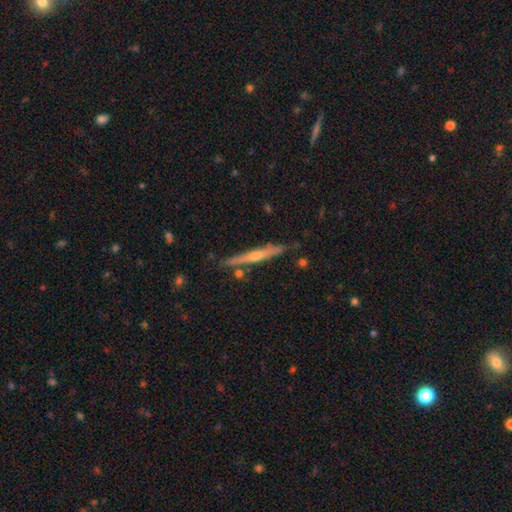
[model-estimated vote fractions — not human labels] smooth_or_featured: featured or disk (p=0.66) [alt: smooth p=0.28]
disk_edge_on: yes (p=0.97) [alt: no p=0.03]
edge_on_bulge: rounded (p=0.76) [alt: none p=0.20]
merging: none (p=0.83) [alt: minor disturbance p=0.11]